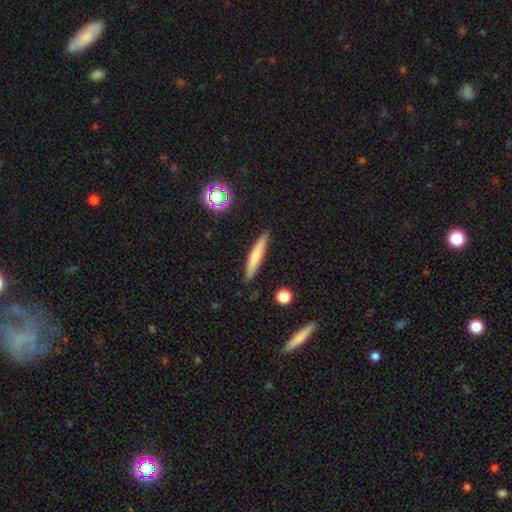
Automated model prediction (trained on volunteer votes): This is likely a smooth galaxy (69%). How rounded: clearly cigar-shaped (93%). Merging: clearly none (89%).